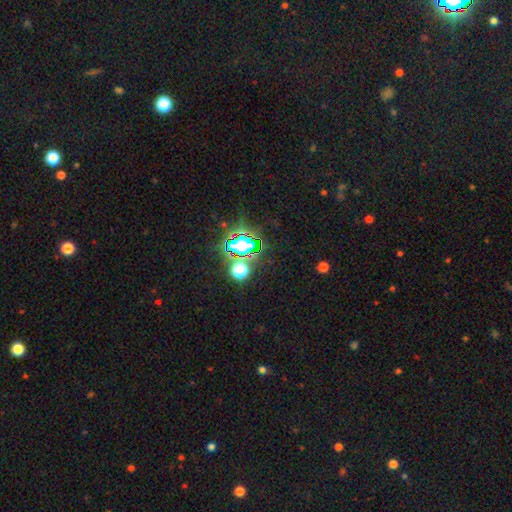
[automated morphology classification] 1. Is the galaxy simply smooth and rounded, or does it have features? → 80% star or artifact, 12% smooth, 7% featured or disk.